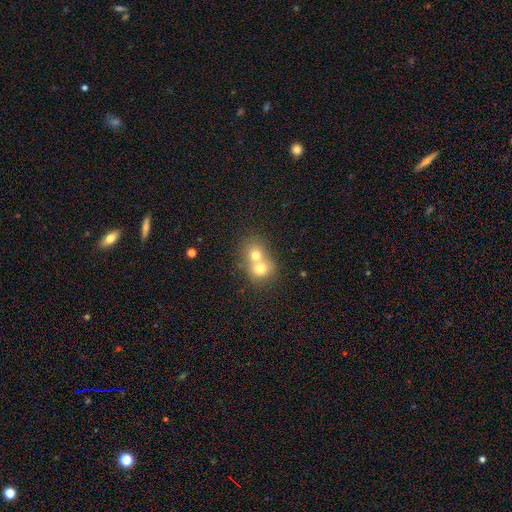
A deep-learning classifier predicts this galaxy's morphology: Smooth or featured?
  - smooth: 69% *
  - featured or disk: 20%
  - star or artifact: 12%
How rounded?
  - round: 75% *
  - in between: 25%
  - cigar-shaped: 1%
Merging?
  - merger: 69% *
  - none: 25%
  - minor disturbance: 4%
  - major disturbance: 2%